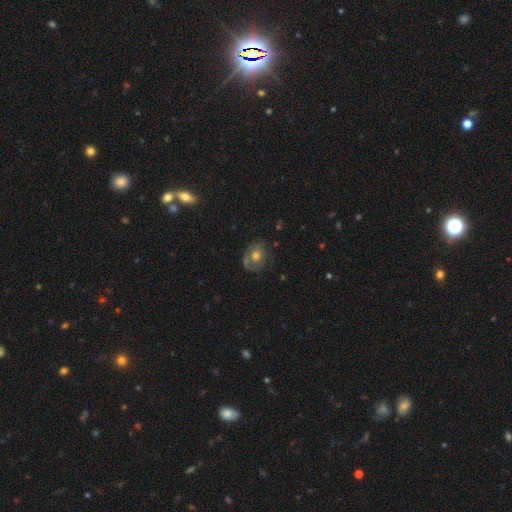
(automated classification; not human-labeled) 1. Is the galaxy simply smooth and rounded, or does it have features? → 47% smooth, 40% featured or disk, 13% star or artifact.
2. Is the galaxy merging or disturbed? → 64% none, 21% minor disturbance, 11% major disturbance, 5% merger.